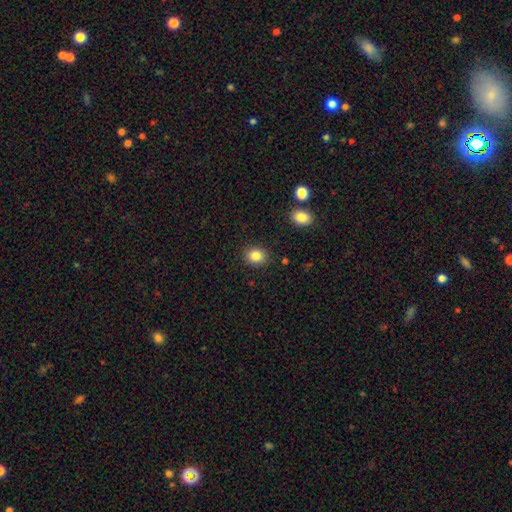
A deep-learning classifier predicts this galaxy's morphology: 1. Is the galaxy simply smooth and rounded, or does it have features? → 84% smooth, 10% star or artifact, 6% featured or disk.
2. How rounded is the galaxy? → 61% round, 38% in between, 1% cigar-shaped.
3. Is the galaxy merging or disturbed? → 88% none, 8% minor disturbance, 2% major disturbance, 2% merger.